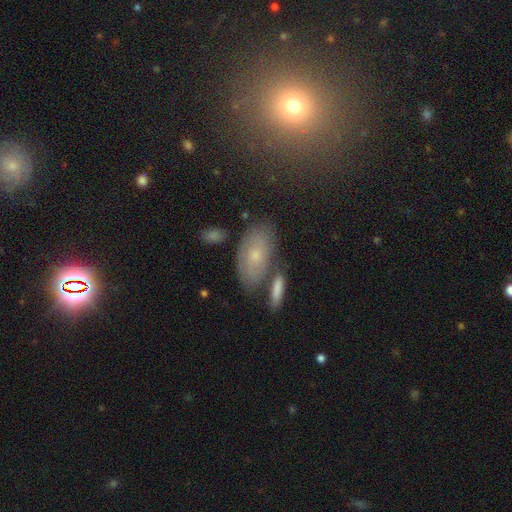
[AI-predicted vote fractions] smooth-or-featured: smooth: 53% | featured or disk: 36% | star or artifact: 10%
  how-rounded: in between: 90% | cigar-shaped: 5% | round: 5%
  merging: none: 64% | minor disturbance: 16% | merger: 14% | major disturbance: 5%